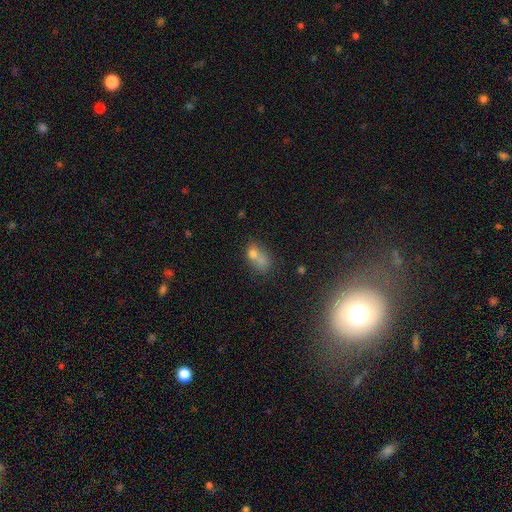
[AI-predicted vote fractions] The model was most divided on "merging": merger: 51%, none: 27%, minor disturbance: 13%, major disturbance: 9%. More confident: smooth or featured — smooth (70%); how rounded — in between (63%).